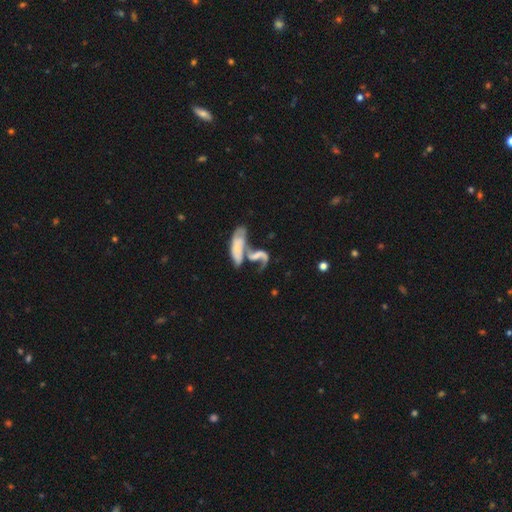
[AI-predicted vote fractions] Smooth or featured? featured or disk (65%)
Edge-on disk? no (91%)
Bar? no (58%)
Spiral arms? yes (79%)
Bulge size? none (36%)
Merging? merger (65%)